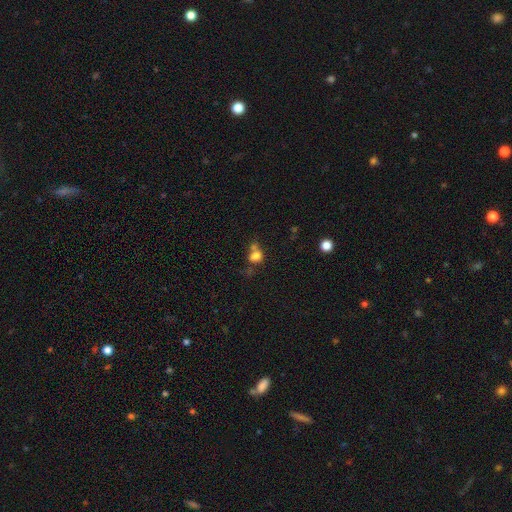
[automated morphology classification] Smooth or featured: smooth — 75% (star or artifact — 14%)
How rounded: round — 51% (in between — 47%)
Merging: merger — 42% (none — 34%)